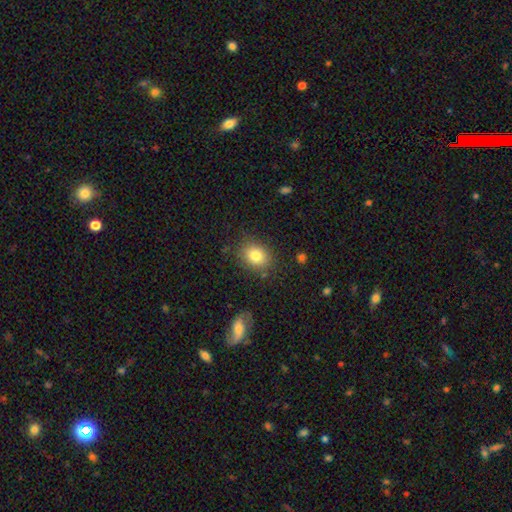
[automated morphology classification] Overall: smooth (82%). How rounded: in between (51%; round 48%). Merging: none (82%).